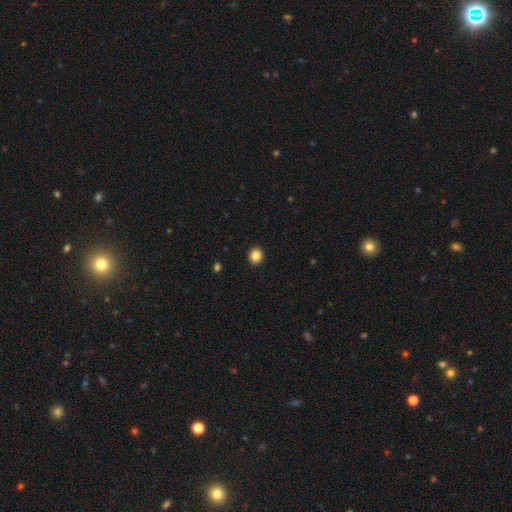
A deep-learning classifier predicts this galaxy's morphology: Q: Smooth or featured?
A: smooth (85%); runner-up: star or artifact (10%)
Q: How rounded?
A: round (79%); runner-up: in between (21%)
Q: Merging?
A: none (93%); runner-up: minor disturbance (5%)